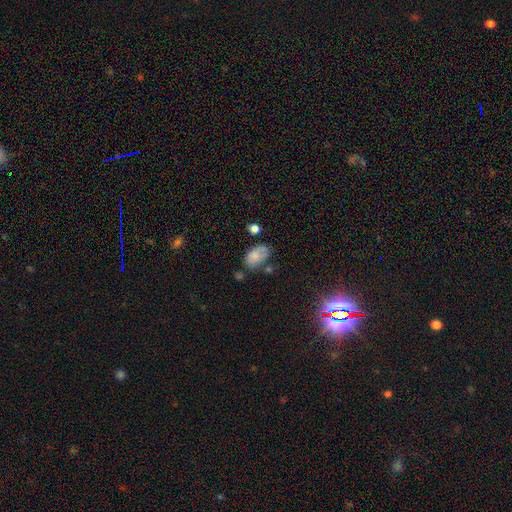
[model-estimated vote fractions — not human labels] Smooth or featured?
  - smooth: 74% *
  - featured or disk: 16%
  - star or artifact: 10%
How rounded?
  - in between: 90% *
  - round: 9%
  - cigar-shaped: 1%
Merging?
  - none: 50% *
  - minor disturbance: 30%
  - major disturbance: 11%
  - merger: 9%